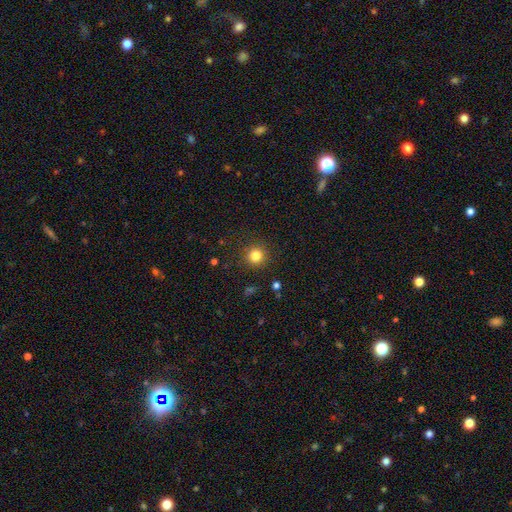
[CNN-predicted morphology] type=smooth (82%); roundness=round (95%); merging=none (90%).